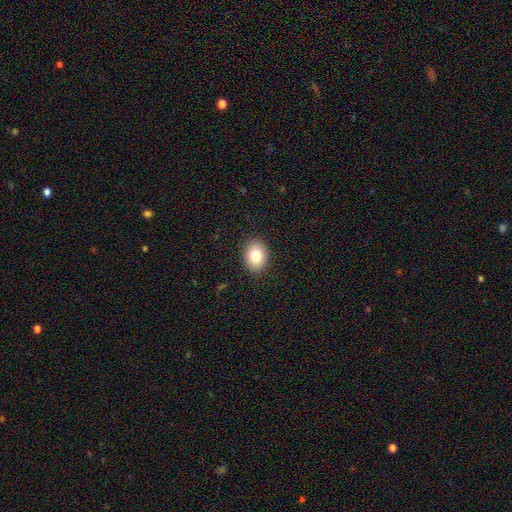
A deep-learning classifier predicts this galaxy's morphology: The model was most divided on "how rounded": in between: 64%, round: 35%, cigar-shaped: 1%. More confident: merging — none (90%); smooth or featured — smooth (82%).